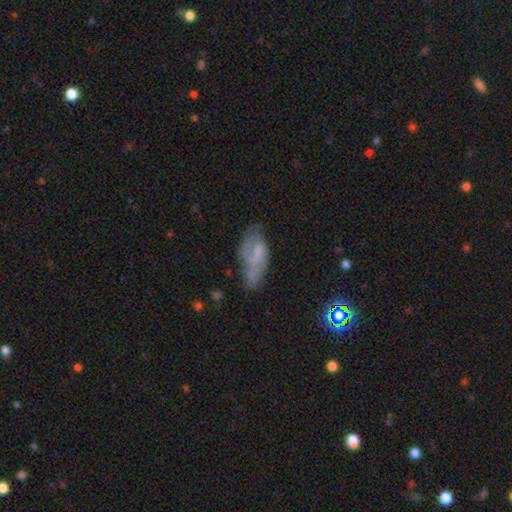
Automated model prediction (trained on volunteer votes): Smooth or featured: featured or disk — 47% (smooth — 41%)
Merging: none — 46% (minor disturbance — 30%)